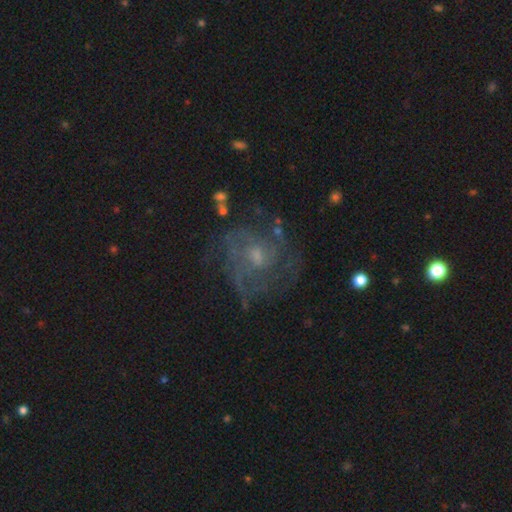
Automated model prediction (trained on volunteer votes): The model was most divided on "spiral winding": tight: 42%, medium: 41%, loose: 17%. Remaining: edge-on disk — no (98%); spiral arms — yes (81%); smooth or featured — featured or disk (74%); merging — none (63%); bar — no (62%); bulge size — small (47%); spiral arm count — can't tell (44%).